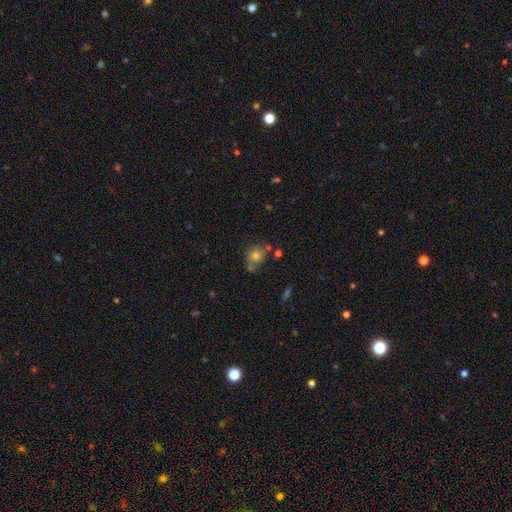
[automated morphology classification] This is likely a smooth galaxy (61%). How rounded: likely round (69%). Merging: possibly none (58%).